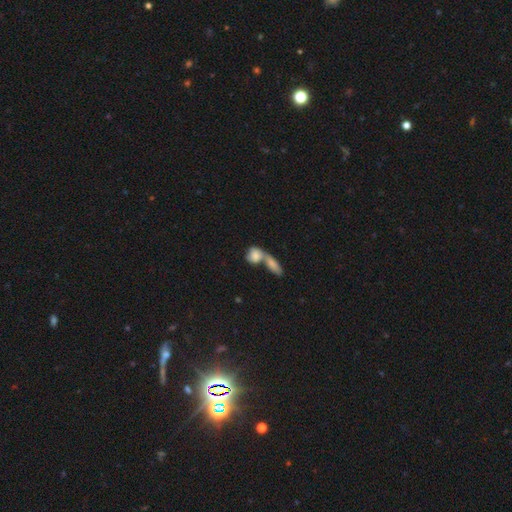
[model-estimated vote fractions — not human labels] Smooth or featured?
  - smooth: 73% *
  - featured or disk: 19%
  - star or artifact: 7%
How rounded?
  - in between: 53% *
  - round: 38%
  - cigar-shaped: 9%
Merging?
  - merger: 68% *
  - none: 21%
  - minor disturbance: 7%
  - major disturbance: 5%